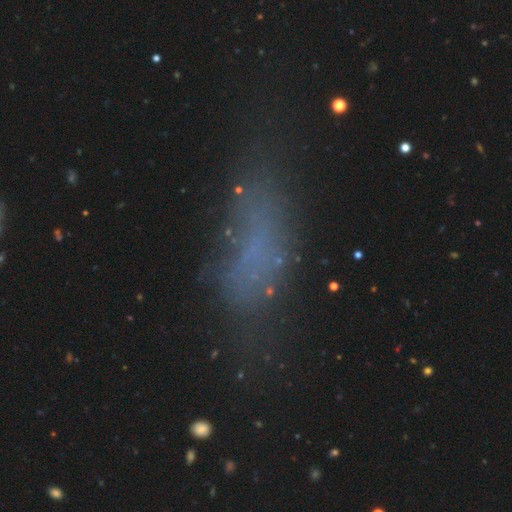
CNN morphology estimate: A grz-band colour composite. It shows a smooth galaxy with no disk features (49%). Merging: none (47%).